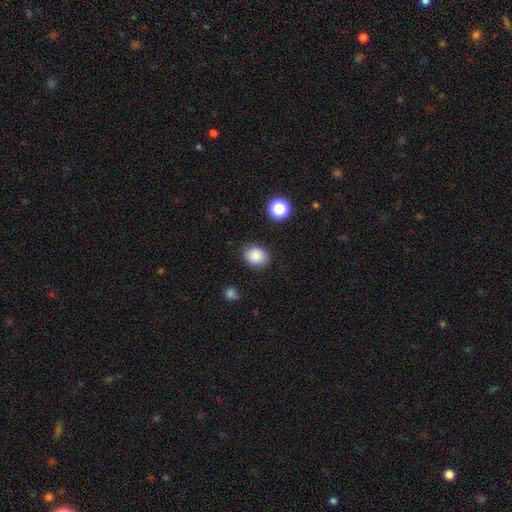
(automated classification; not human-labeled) Smooth or featured? smooth (86%)
How rounded? round (54%)
Merging? none (85%)